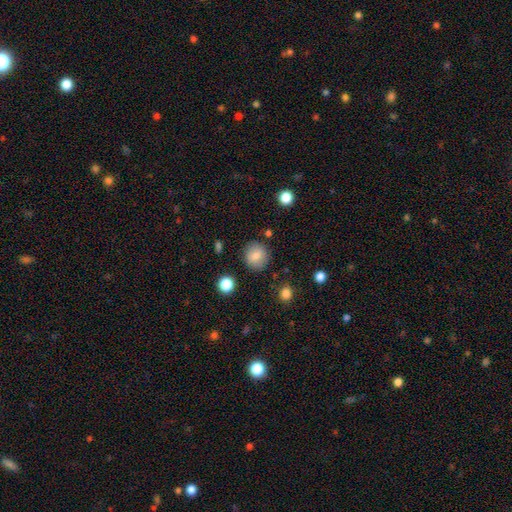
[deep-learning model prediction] This is clearly a smooth galaxy (80%). How rounded: clearly round (89%). Merging: clearly none (87%).